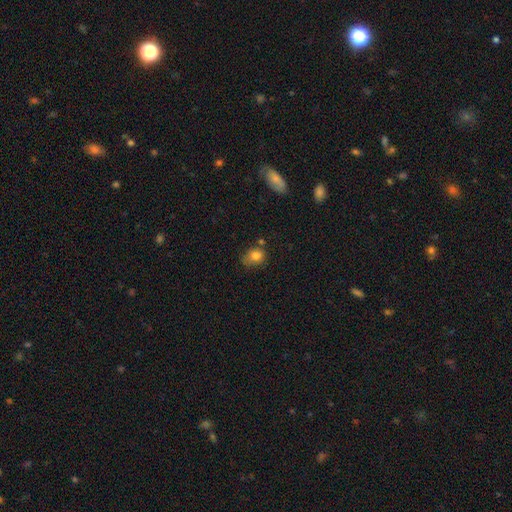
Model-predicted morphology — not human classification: Smooth or featured? smooth (80%)
How rounded? round (52%)
Merging? none (53%)